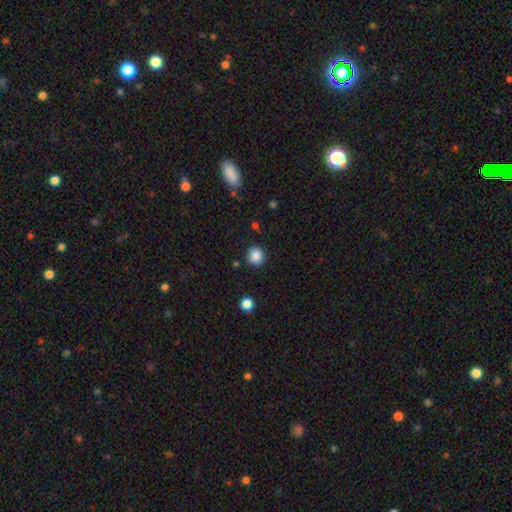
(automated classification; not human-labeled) smooth 86%, star or artifact 10%, featured or disk 3%. Down the decision tree: how rounded — round (87%); merging — none (87%).